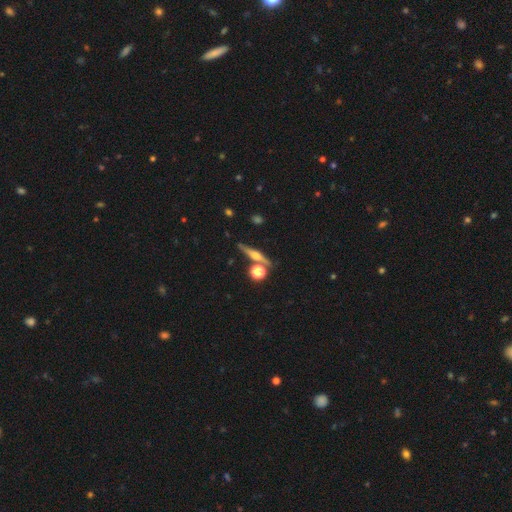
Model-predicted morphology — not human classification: Smooth or featured: featured or disk — 70% (smooth — 21%)
Edge-on disk: yes — 96% (no — 4%)
Edge-on bulge: rounded — 93% (boxy — 4%)
Merging: none — 80% (merger — 10%)